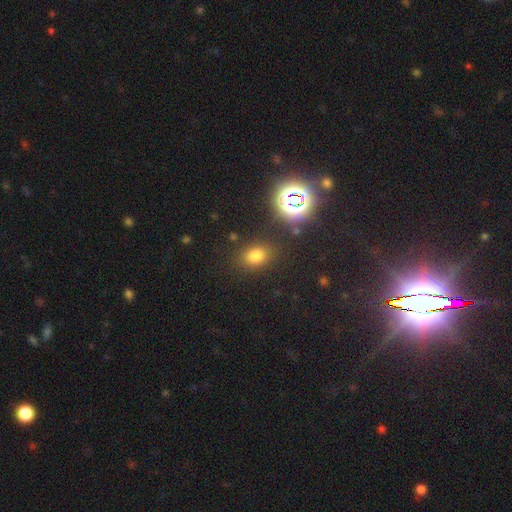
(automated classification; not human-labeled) This appears to be a smooth galaxy with no disk features (71%) that is in between round and cigar-shaped (67%). Merging: none (82%).